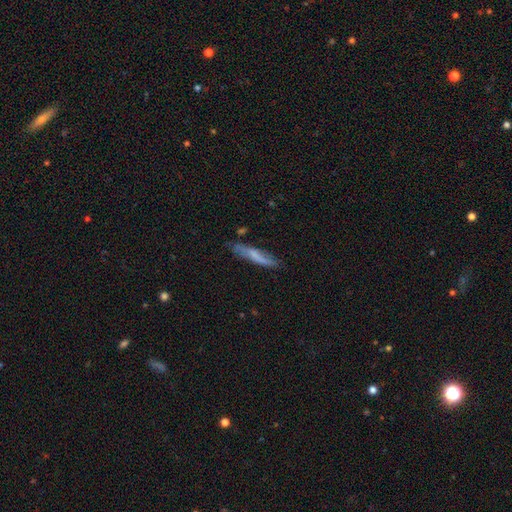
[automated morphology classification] Overall: smooth (52%; featured or disk 41%). How rounded: cigar-shaped (86%). Merging: none (69%).